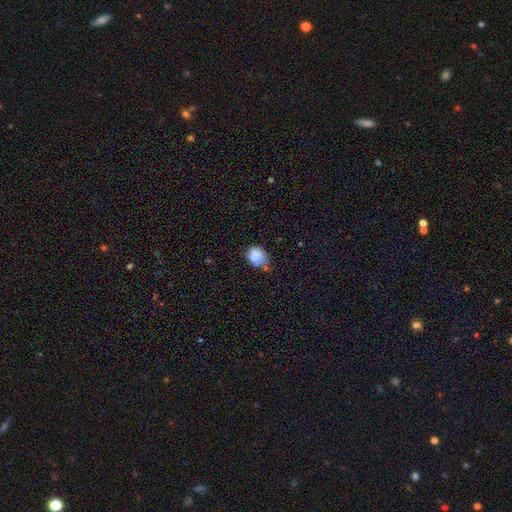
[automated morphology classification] smooth 78%, featured or disk 13%, star or artifact 10%. Down the decision tree: how rounded — in between (60%); merging — none (46%).